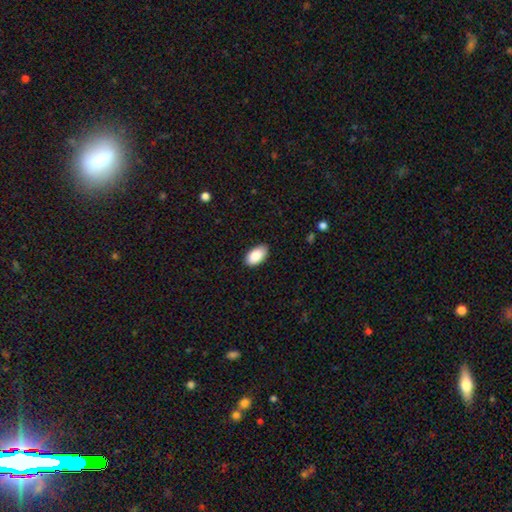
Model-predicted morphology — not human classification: Smooth or featured: smooth — 89% (star or artifact — 6%)
How rounded: in between — 95% (round — 3%)
Merging: none — 86% (minor disturbance — 12%)